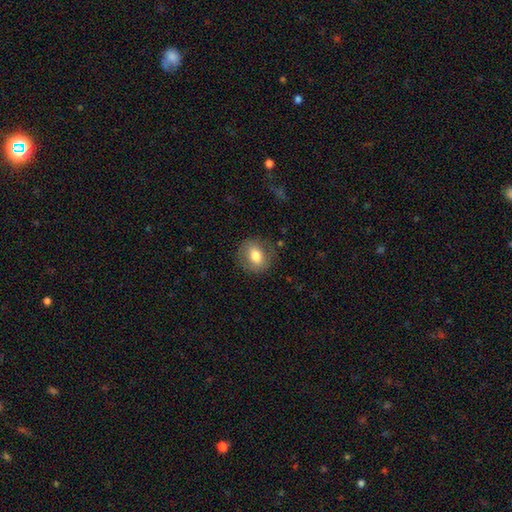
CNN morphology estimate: smooth_or_featured: smooth (p=0.71) [alt: featured or disk p=0.22]
how_rounded: round (p=0.63) [alt: in between p=0.36]
merging: none (p=0.80) [alt: minor disturbance p=0.14]